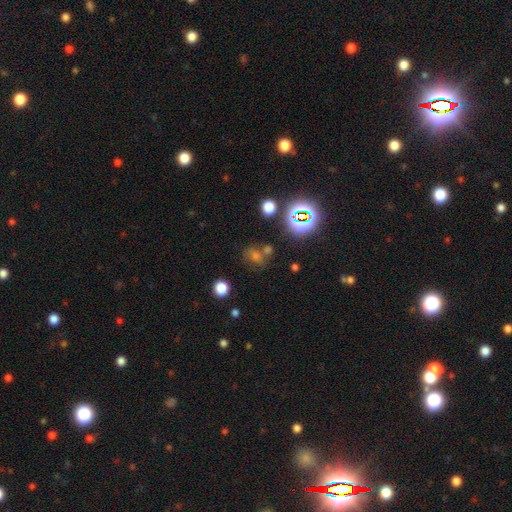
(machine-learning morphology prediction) A star or artifact, not a galaxy (44%).

Vote fractions:
- Smooth or featured? star or artifact: 44% / smooth: 43% / featured or disk: 13%